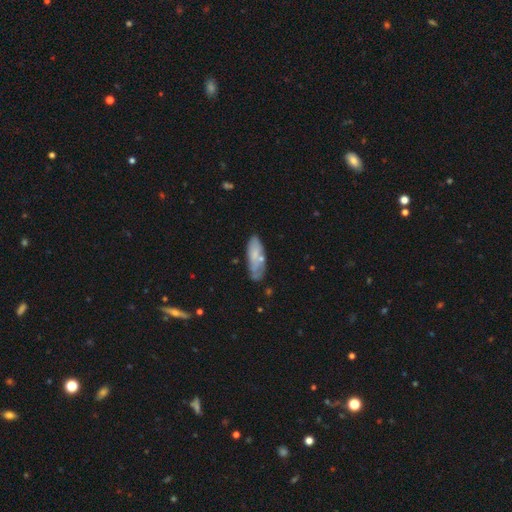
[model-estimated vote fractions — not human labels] A smooth galaxy with no disk features (62%) that is in between round and cigar-shaped (68%). Merging: none (59%).